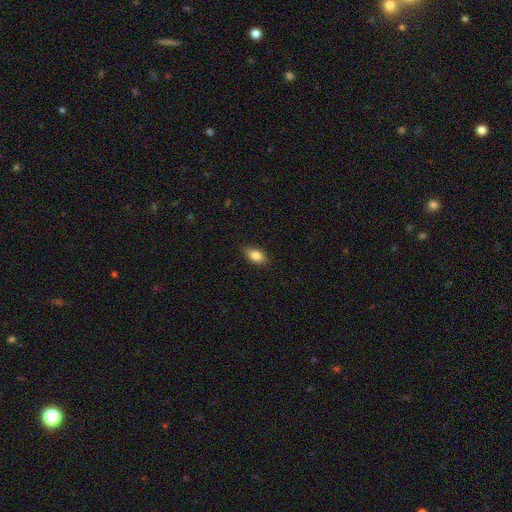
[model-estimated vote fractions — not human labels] Smooth or featured? Predicted: smooth (p=0.83). How rounded? Predicted: in between (p=0.88). Merging? Predicted: none (p=0.84).